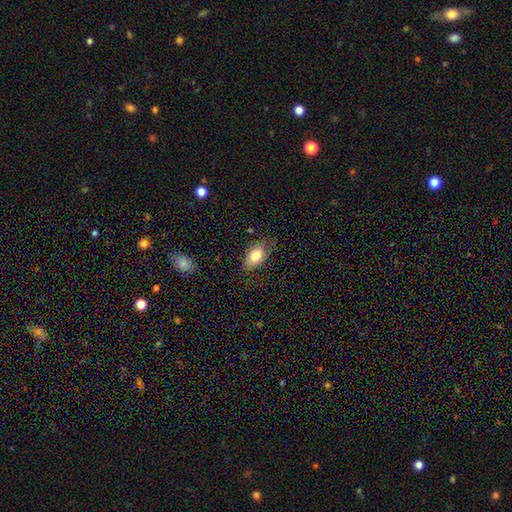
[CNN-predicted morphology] This appears to be a smooth galaxy with no disk features (79%) that is in between round and cigar-shaped (89%). Merging: none (75%).